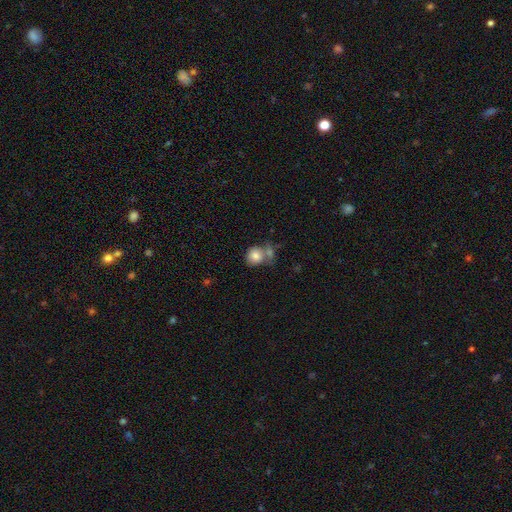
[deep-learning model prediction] This is clearly a smooth galaxy (82%). How rounded: likely round (77%). Merging: marginally none (44%).